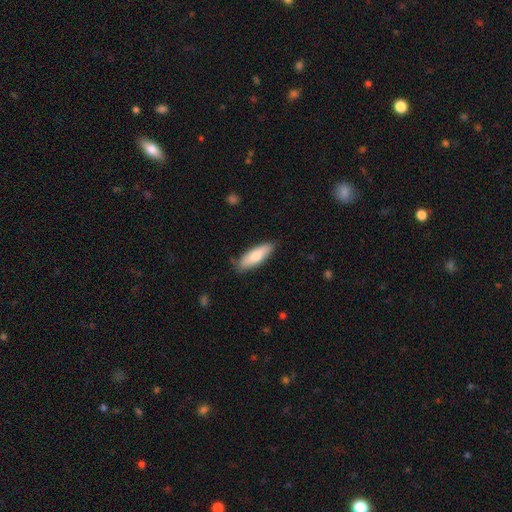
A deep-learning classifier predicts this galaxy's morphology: The model was most divided on "how rounded": in between: 51%, cigar-shaped: 47%, round: 2%. More confident: merging — none (84%); smooth or featured — smooth (78%).